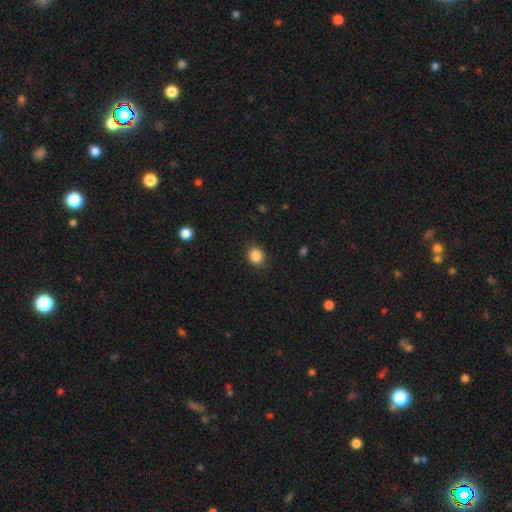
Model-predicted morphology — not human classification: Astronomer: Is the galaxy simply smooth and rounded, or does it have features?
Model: smooth — 86%.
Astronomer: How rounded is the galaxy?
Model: round — 72%.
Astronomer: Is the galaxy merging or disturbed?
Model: none — 88%.